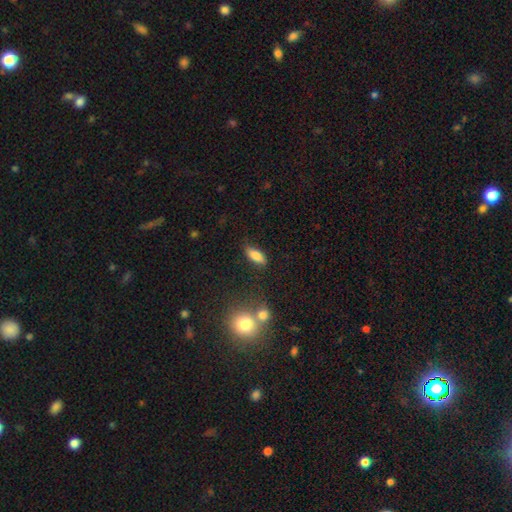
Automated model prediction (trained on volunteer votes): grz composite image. It shows a smooth galaxy with no disk features (82%) that is in between round and cigar-shaped (76%). Merging: none (78%).